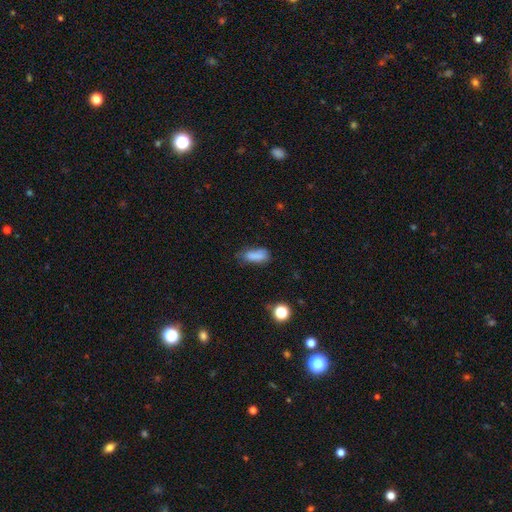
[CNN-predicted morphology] smooth 81%, star or artifact 11%, featured or disk 9%. Down the decision tree: how rounded — in between (73%); merging — none (57%).